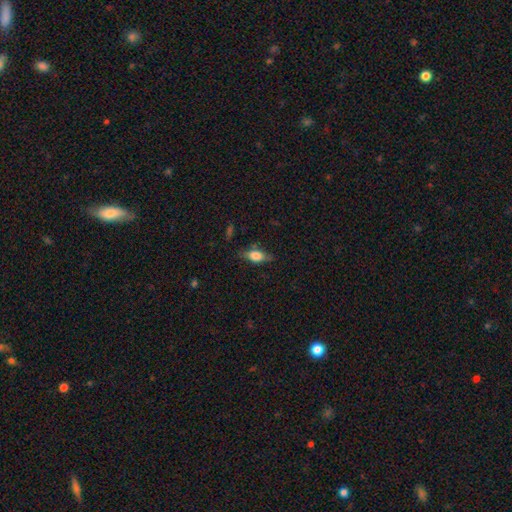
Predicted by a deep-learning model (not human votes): A smooth galaxy with no disk features (68%) that is in between round and cigar-shaped (78%). Merging: none (72%).